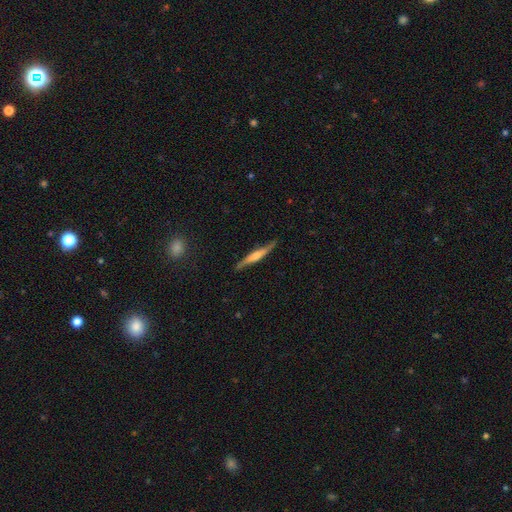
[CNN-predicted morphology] The model was most divided on "smooth or featured": featured or disk: 58%, smooth: 36%, star or artifact: 6%. More confident: edge-on disk — yes (91%); merging — none (78%); edge-on bulge — rounded (51%).